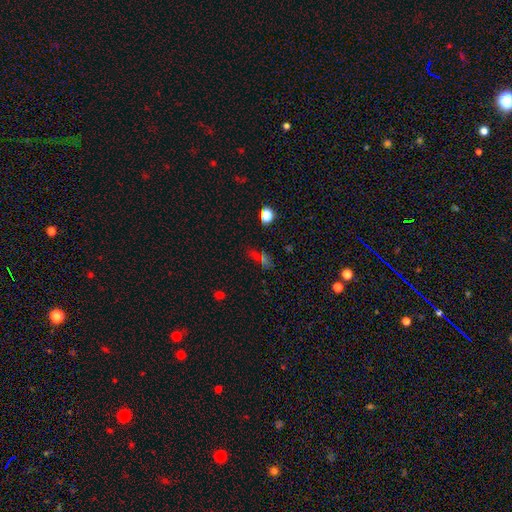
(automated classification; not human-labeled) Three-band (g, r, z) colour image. It shows a star or artifact, not a galaxy (48%).